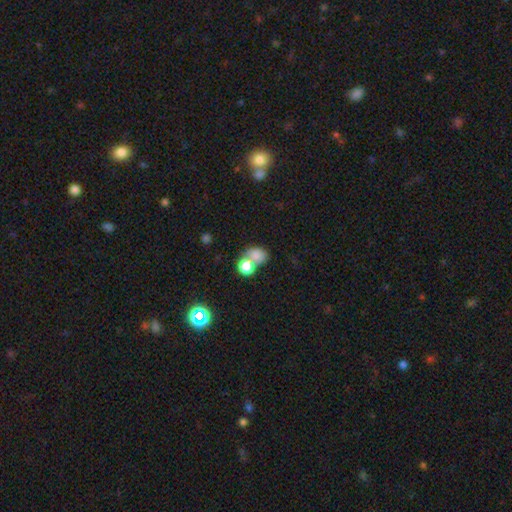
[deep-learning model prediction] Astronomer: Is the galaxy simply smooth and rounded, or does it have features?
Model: smooth — 77%.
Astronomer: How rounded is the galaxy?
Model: round — 51% (runner-up: in between, 48%).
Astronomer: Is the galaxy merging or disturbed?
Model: merger — 49% (runner-up: none, 36%).